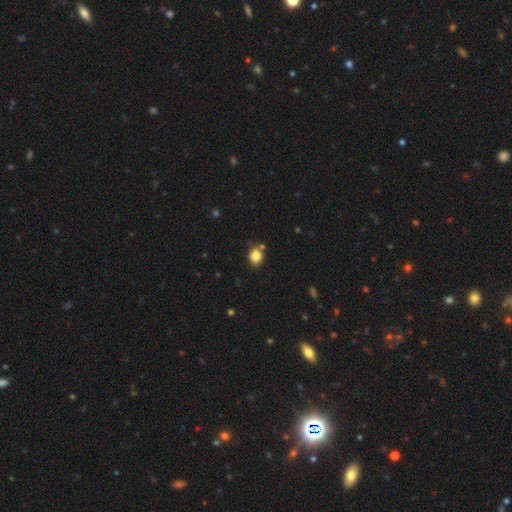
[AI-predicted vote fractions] smooth_or_featured: smooth (p=0.84) [alt: star or artifact p=0.11]
how_rounded: round (p=0.66) [alt: in between p=0.33]
merging: none (p=0.75) [alt: minor disturbance p=0.13]